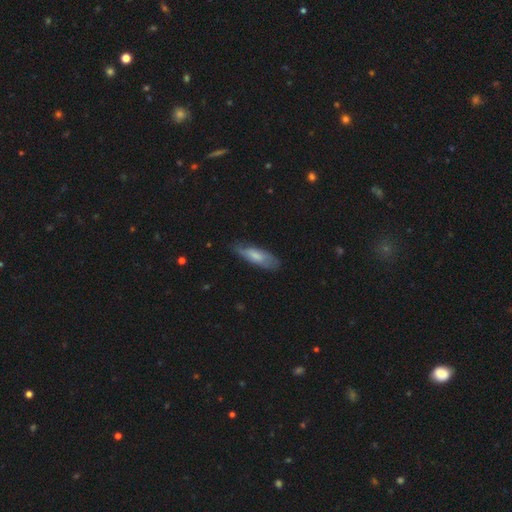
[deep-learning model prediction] Q: Smooth or featured?
A: smooth (63%); runner-up: featured or disk (31%)
Q: How rounded?
A: in between (53%); runner-up: cigar-shaped (45%)
Q: Merging?
A: none (69%); runner-up: minor disturbance (24%)